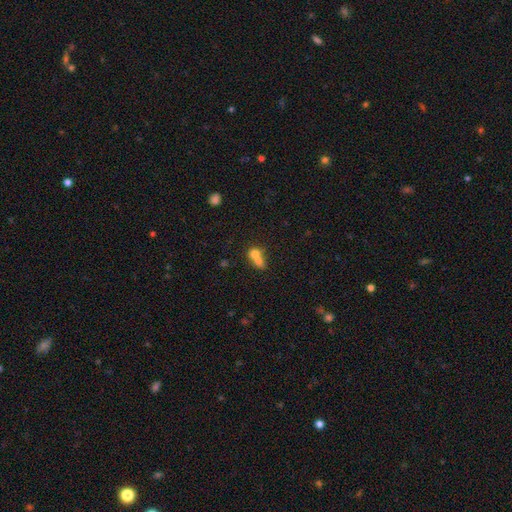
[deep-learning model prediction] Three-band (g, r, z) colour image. It shows a smooth galaxy with no disk features (70%) that is round (59%). Merging: merger (68%).